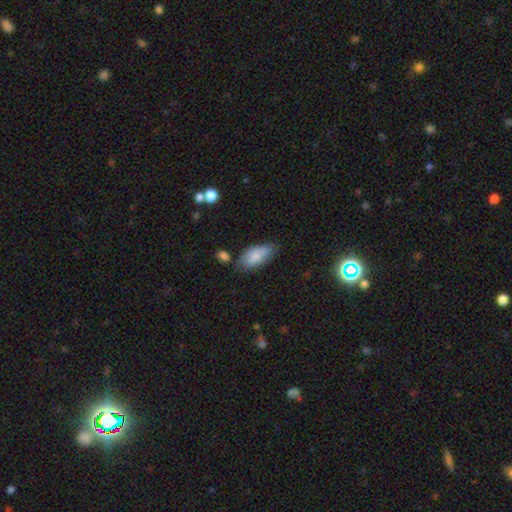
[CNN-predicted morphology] smooth-or-featured: smooth: 81% | featured or disk: 12% | star or artifact: 6%
  how-rounded: in between: 89% | cigar-shaped: 8% | round: 2%
  merging: none: 59% | minor disturbance: 28% | major disturbance: 6% | merger: 6%